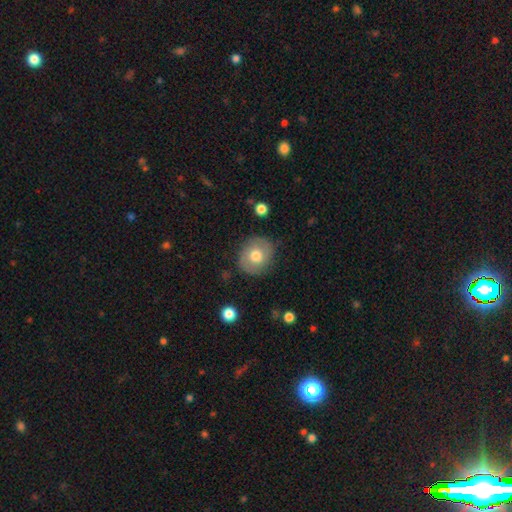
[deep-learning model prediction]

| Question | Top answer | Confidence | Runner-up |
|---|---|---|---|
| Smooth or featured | smooth | 61% | featured or disk (31%) |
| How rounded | round | 80% | in between (19%) |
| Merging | none | 81% | minor disturbance (13%) |